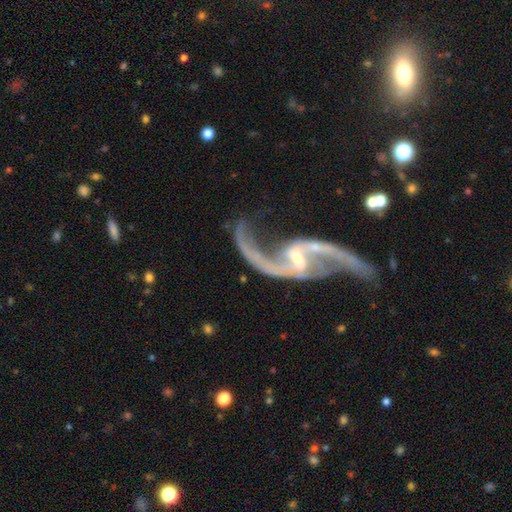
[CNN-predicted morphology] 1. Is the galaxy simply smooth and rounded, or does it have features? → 93% featured or disk, 5% star or artifact, 2% smooth.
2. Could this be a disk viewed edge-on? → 96% no, 4% yes.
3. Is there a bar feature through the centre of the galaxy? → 43% weak, 38% strong, 19% no.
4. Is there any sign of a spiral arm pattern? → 98% yes, 2% no.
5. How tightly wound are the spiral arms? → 85% loose, 12% medium, 4% tight.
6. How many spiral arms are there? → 94% 2, 2% 1, 1% can't tell, 1% 3, 1% 4, 1% more than 4.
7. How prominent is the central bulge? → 71% small, 19% moderate, 7% none, 2% large, 1% dominant.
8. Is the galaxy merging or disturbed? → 68% none, 15% minor disturbance, 12% major disturbance, 5% merger.